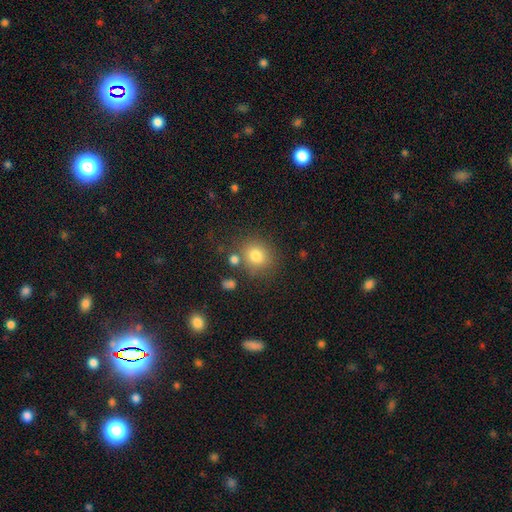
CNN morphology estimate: The model was most divided on "merging": none: 75%, minor disturbance: 12%, merger: 9%, major disturbance: 4%. More confident: how rounded — round (81%); smooth or featured — smooth (78%).